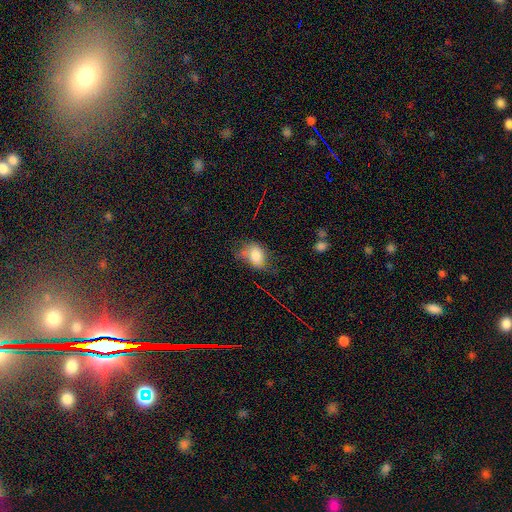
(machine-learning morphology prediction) This appears to be a smooth galaxy with no disk features (71%) that is in between round and cigar-shaped (74%). Merging: none (36%).